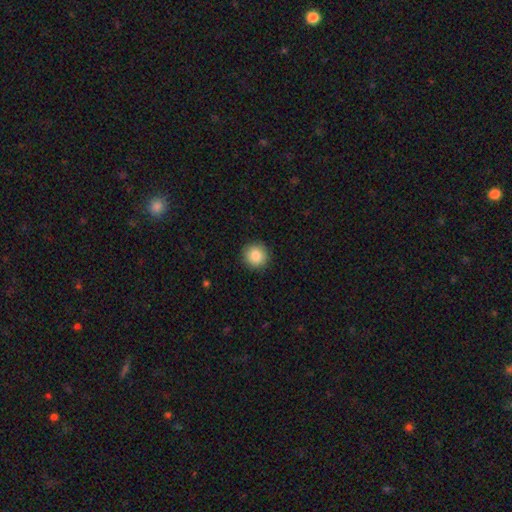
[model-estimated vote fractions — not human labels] A smooth galaxy with no disk features (87%) that is round (94%).

Vote fractions:
- Smooth or featured? smooth: 87% / star or artifact: 9% / featured or disk: 4%
- How rounded? round: 94% / in between: 5% / cigar-shaped: 1%
- Merging? none: 92% / minor disturbance: 6% / major disturbance: 2% / merger: 1%